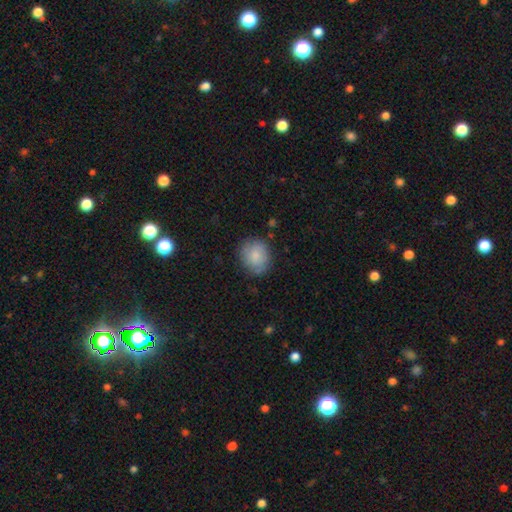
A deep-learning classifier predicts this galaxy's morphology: type=smooth (78%); roundness=round (74%); merging=none (75%).